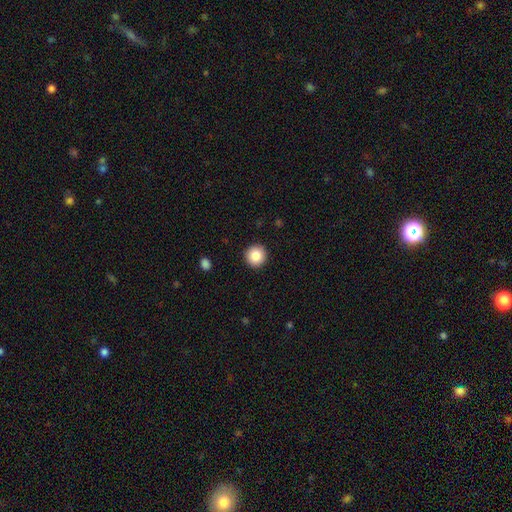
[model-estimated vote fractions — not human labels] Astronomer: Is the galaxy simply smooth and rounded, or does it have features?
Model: smooth — 86%.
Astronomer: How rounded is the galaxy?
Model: round — 95%.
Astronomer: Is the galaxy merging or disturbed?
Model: none — 92%.